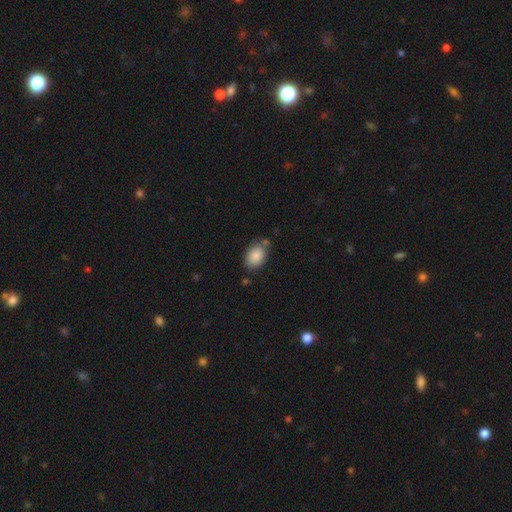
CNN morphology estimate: Smooth or featured? Predicted: smooth (p=0.87). How rounded? Predicted: in between (p=0.86). Merging? Predicted: none (p=0.68).